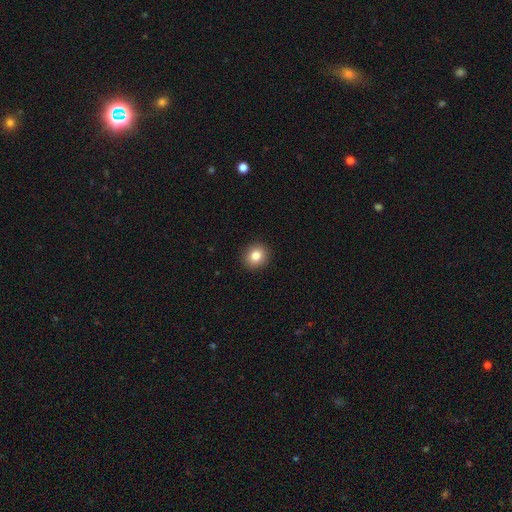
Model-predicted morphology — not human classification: Overall: smooth (83%). How rounded: round (82%). Merging: none (92%).